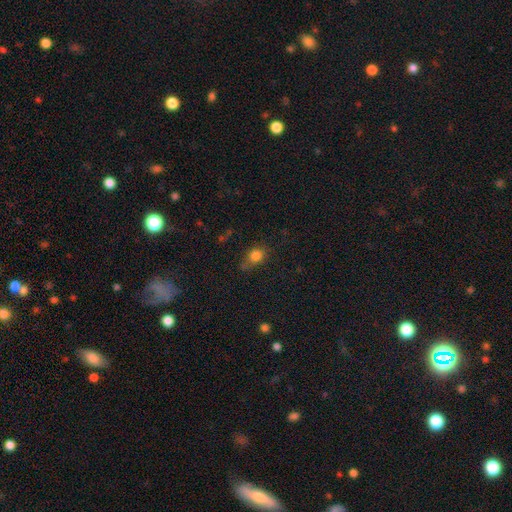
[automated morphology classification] Overall: smooth (81%). How rounded: round (55%; in between 43%). Merging: none (58%; minor disturbance 27%).